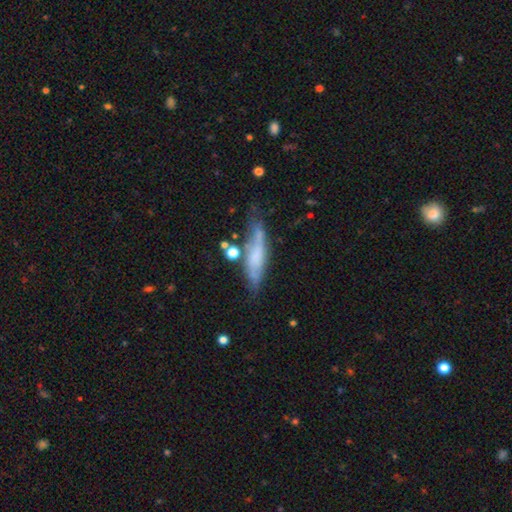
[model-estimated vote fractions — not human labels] This appears to be a smooth galaxy with no disk features (46%). Merging: none (48%).